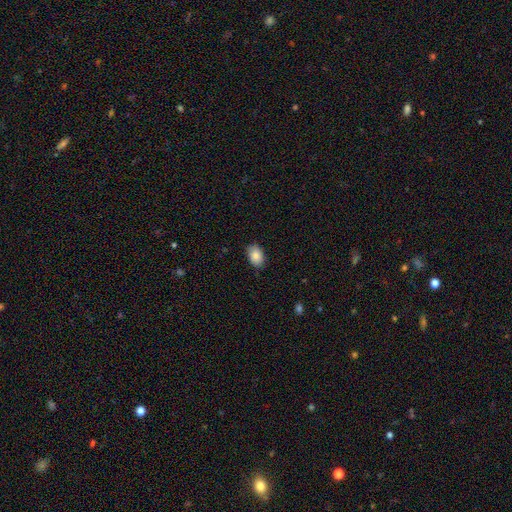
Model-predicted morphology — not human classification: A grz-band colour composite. It shows a smooth galaxy with no disk features (86%) that is in between round and cigar-shaped (83%). Merging: none (85%).